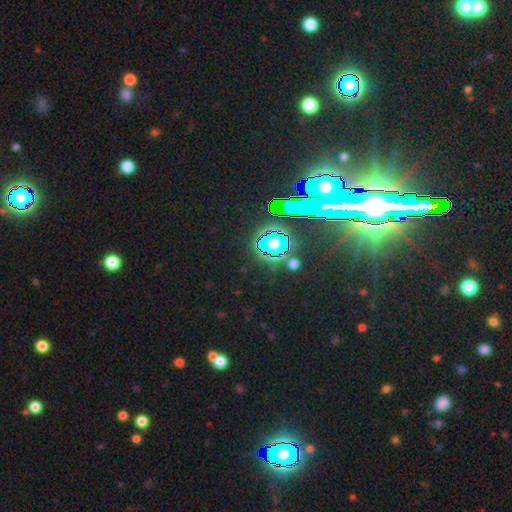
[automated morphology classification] star or artifact 82%, featured or disk 9%, smooth 9%.